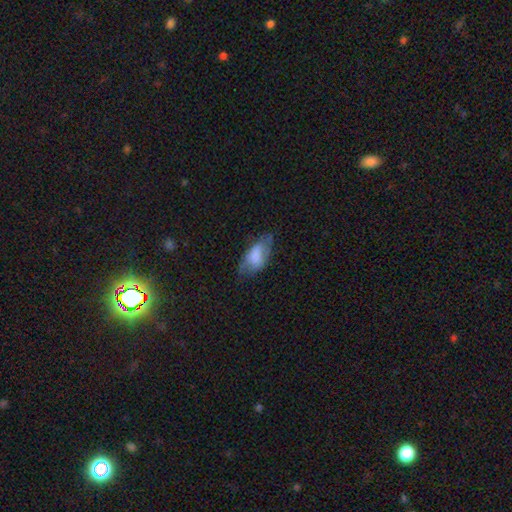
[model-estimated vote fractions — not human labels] The model was most divided on "merging": none: 51%, minor disturbance: 31%, major disturbance: 16%, merger: 2%. More confident: how rounded — in between (90%); smooth or featured — smooth (65%).